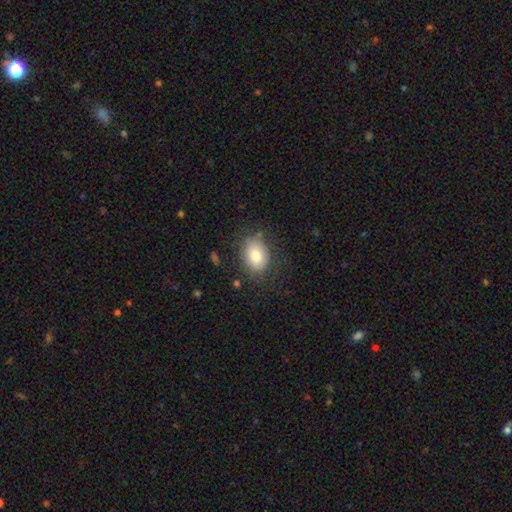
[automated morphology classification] smooth 79%, featured or disk 13%, star or artifact 8%. Down the decision tree: how rounded — in between (71%); merging — none (73%).